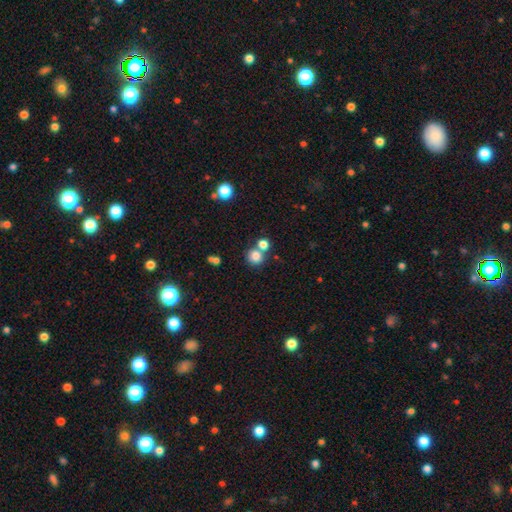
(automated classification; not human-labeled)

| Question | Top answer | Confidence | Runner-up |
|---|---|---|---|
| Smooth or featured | smooth | 80% | star or artifact (13%) |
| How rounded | round | 88% | in between (11%) |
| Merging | none | 60% | merger (29%) |